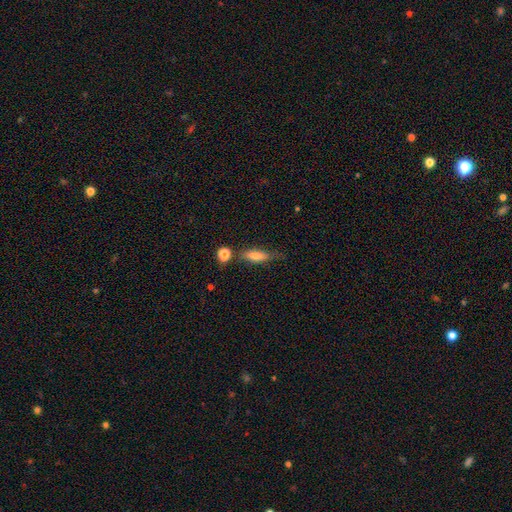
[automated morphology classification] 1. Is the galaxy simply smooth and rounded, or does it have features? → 67% smooth, 24% featured or disk, 9% star or artifact.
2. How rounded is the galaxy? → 52% cigar-shaped, 44% in between, 4% round.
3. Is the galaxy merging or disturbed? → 60% none, 23% minor disturbance, 9% merger, 8% major disturbance.